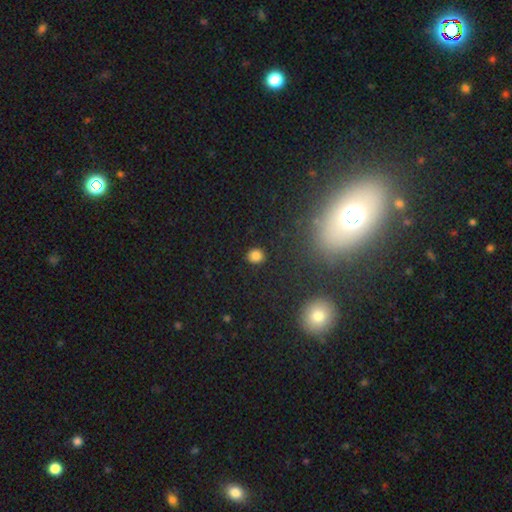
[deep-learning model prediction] A smooth galaxy with no disk features (82%) that is round (80%). Merging: none (89%).